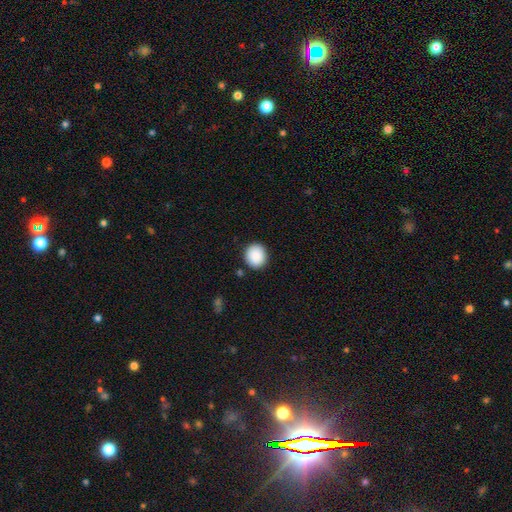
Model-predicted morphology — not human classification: Smooth or featured: smooth — 89% (star or artifact — 8%)
How rounded: round — 77% (in between — 22%)
Merging: none — 88% (minor disturbance — 8%)